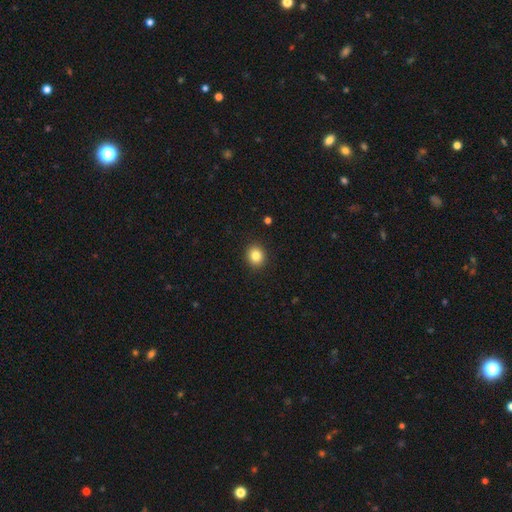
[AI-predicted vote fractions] smooth_or_featured: smooth (p=0.84) [alt: star or artifact p=0.10]
how_rounded: round (p=0.76) [alt: in between p=0.24]
merging: none (p=0.91) [alt: minor disturbance p=0.06]